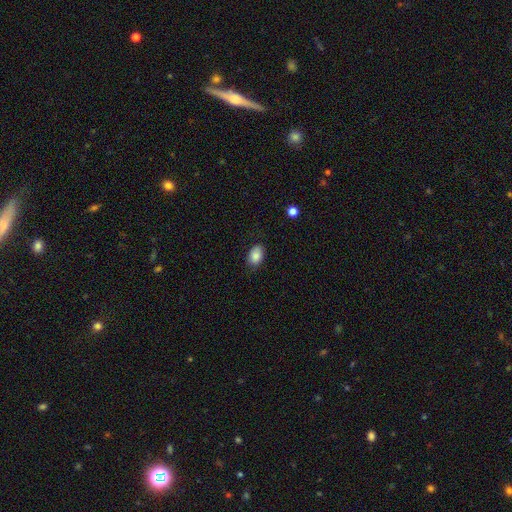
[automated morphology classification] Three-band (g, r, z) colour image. It shows a smooth galaxy with no disk features (86%) that is in between round and cigar-shaped (85%). Merging: none (79%).